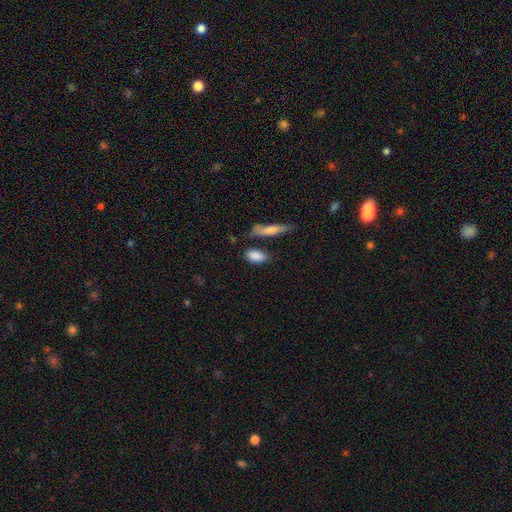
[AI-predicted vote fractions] Q: Smooth or featured?
A: smooth (86%); runner-up: featured or disk (8%)
Q: How rounded?
A: in between (83%); runner-up: cigar-shaped (12%)
Q: Merging?
A: none (69%); runner-up: minor disturbance (17%)